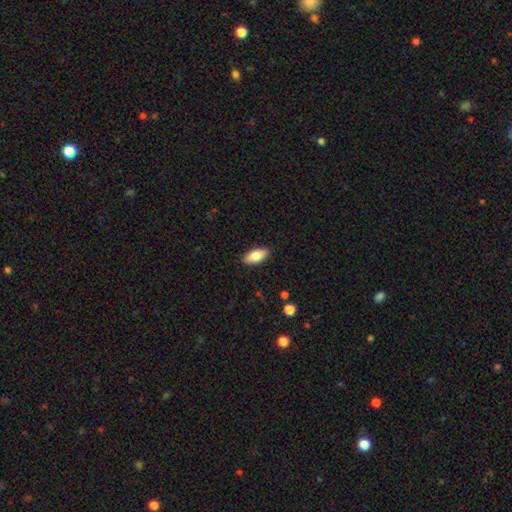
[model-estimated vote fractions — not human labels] Smooth or featured? smooth (85%)
How rounded? in between (87%)
Merging? none (89%)